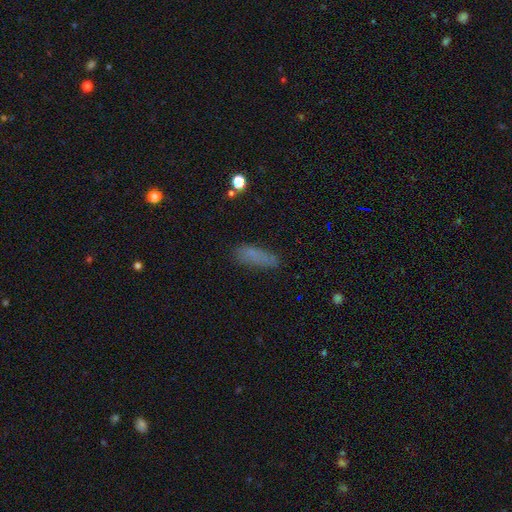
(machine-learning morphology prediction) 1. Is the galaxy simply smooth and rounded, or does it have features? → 75% smooth, 13% star or artifact, 12% featured or disk.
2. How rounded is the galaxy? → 53% cigar-shaped, 44% in between, 3% round.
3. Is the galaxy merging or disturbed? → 75% none, 17% minor disturbance, 6% major disturbance, 2% merger.